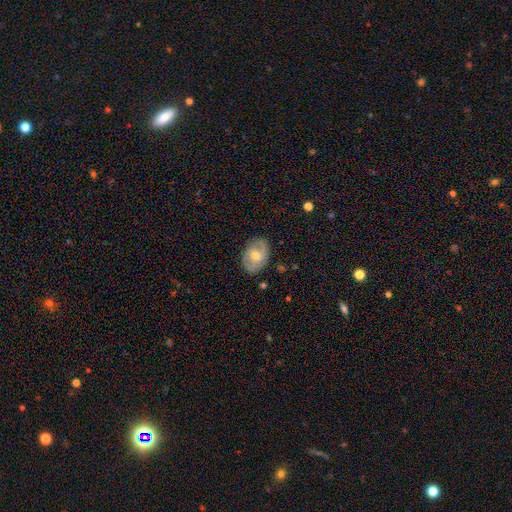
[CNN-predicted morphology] This appears to be a featured or disk galaxy (53%). Merging: none (79%).